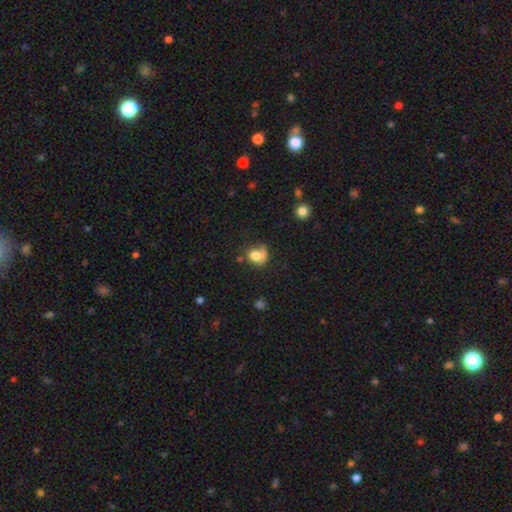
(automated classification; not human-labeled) The model was most divided on "merging": none: 42%, minor disturbance: 28%, major disturbance: 20%, merger: 10%. More confident: smooth or featured — smooth (75%); how rounded — round (69%).